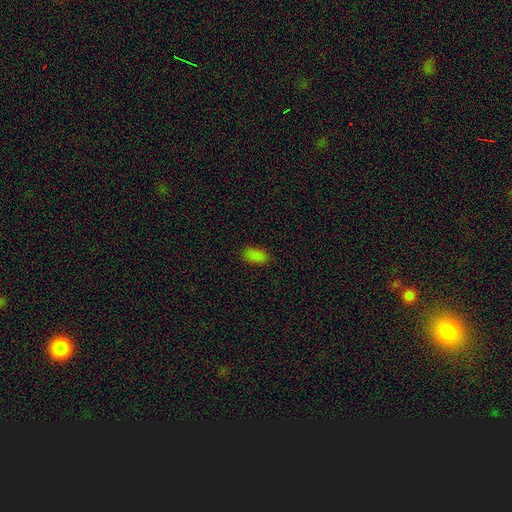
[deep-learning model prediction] smooth 83%, star or artifact 14%, featured or disk 3%. Down the decision tree: how rounded — in between (93%); merging — none (84%).